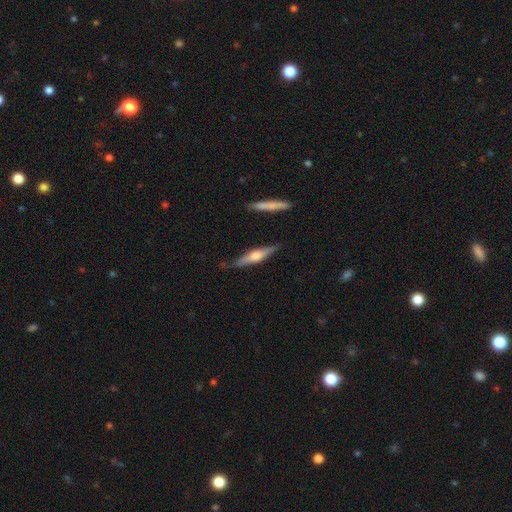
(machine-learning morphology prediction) Q: Smooth or featured?
A: featured or disk (57%); runner-up: smooth (37%)
Q: Edge-on disk?
A: yes (95%); runner-up: no (5%)
Q: Edge-on bulge?
A: rounded (87%); runner-up: boxy (8%)
Q: Merging?
A: none (81%); runner-up: minor disturbance (14%)